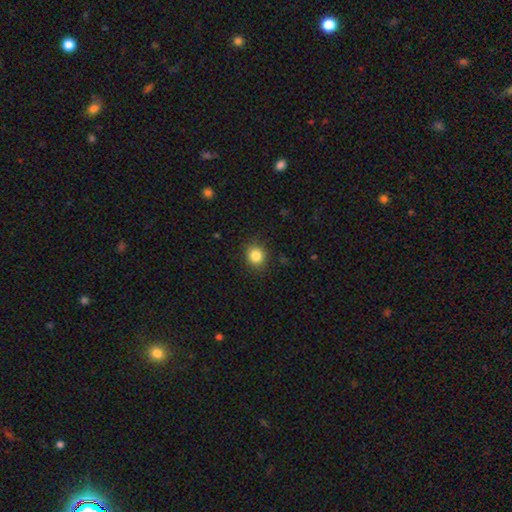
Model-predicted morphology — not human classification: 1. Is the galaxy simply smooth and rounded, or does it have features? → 84% smooth, 10% star or artifact, 5% featured or disk.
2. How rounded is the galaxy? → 74% round, 25% in between, 1% cigar-shaped.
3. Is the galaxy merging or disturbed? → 87% none, 9% minor disturbance, 3% major disturbance, 1% merger.